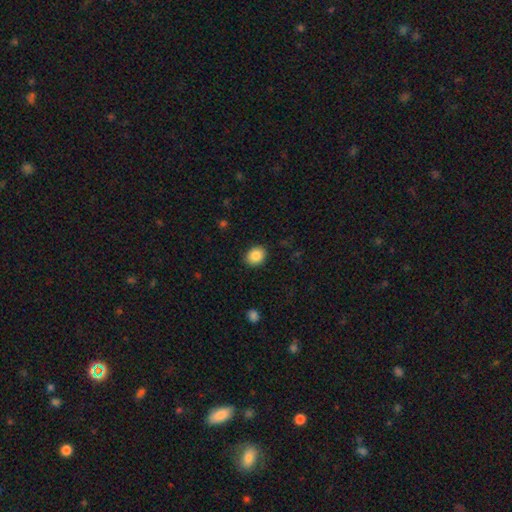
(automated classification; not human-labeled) Overall: smooth (86%). How rounded: round (58%; in between 41%). Merging: none (89%).